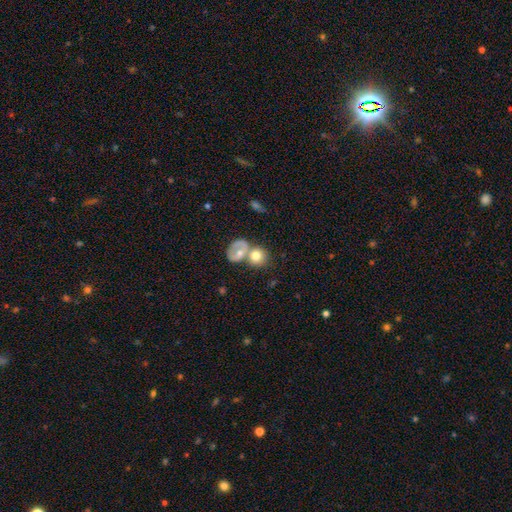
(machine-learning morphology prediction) This appears to be a smooth galaxy with no disk features (71%) that is round (71%). Merging: merger (51%).